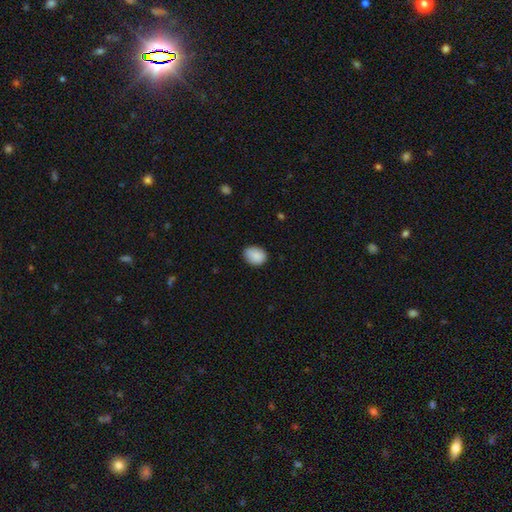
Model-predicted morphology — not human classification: Q: Smooth or featured?
A: smooth (89%); runner-up: star or artifact (7%)
Q: How rounded?
A: in between (64%); runner-up: round (35%)
Q: Merging?
A: none (80%); runner-up: minor disturbance (16%)